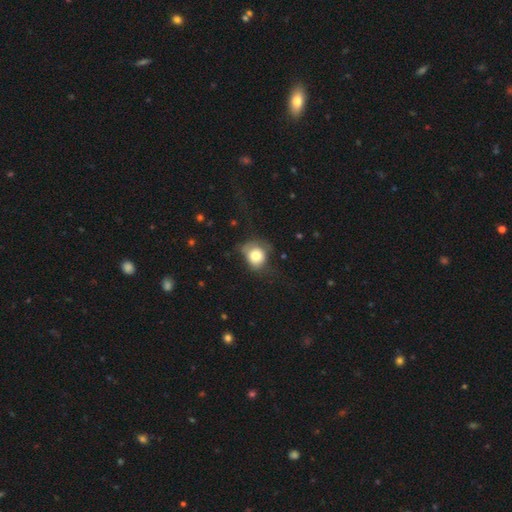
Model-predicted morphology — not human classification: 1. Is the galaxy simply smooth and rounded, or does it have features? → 75% smooth, 16% featured or disk, 9% star or artifact.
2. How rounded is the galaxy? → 73% round, 26% in between, 1% cigar-shaped.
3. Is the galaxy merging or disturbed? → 42% none, 31% minor disturbance, 25% major disturbance, 2% merger.